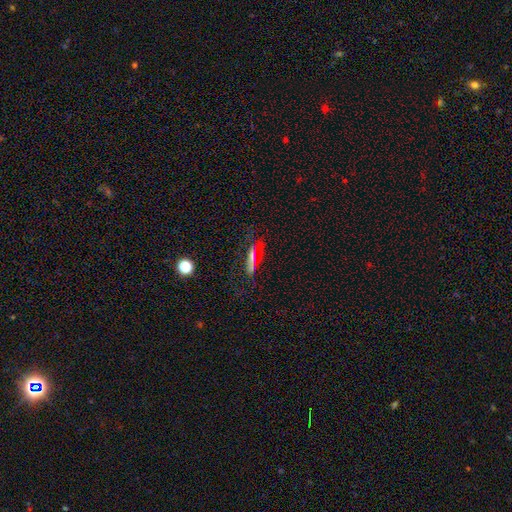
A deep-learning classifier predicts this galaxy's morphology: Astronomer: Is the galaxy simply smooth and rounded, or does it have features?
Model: smooth — 45% (runner-up: featured or disk, 35%).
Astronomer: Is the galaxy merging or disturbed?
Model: none — 60%.